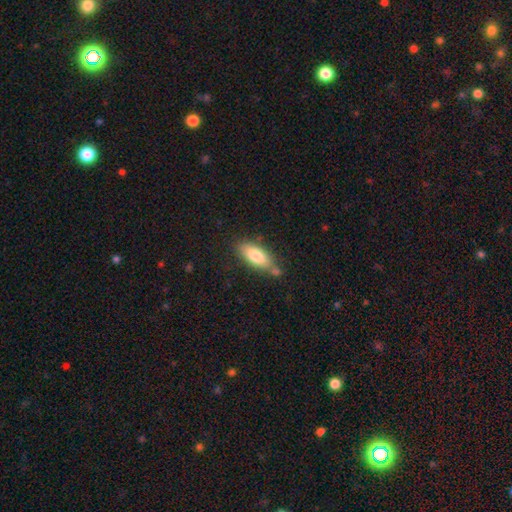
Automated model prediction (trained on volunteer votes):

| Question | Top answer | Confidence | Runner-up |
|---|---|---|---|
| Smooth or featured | smooth | 77% | featured or disk (17%) |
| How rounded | in between | 77% | cigar-shaped (21%) |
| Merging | none | 66% | minor disturbance (19%) |